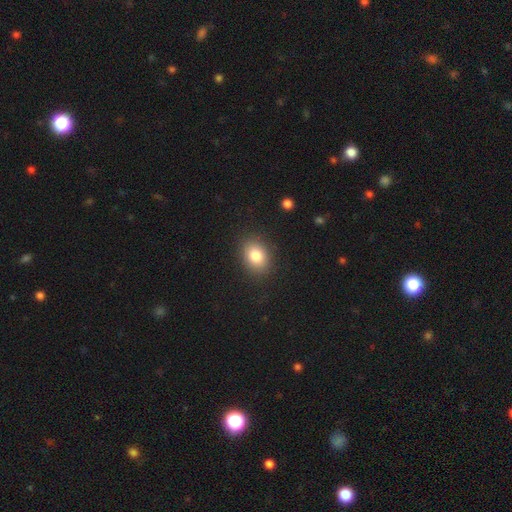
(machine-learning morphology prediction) Smooth or featured?
  - smooth: 83% *
  - star or artifact: 9%
  - featured or disk: 8%
How rounded?
  - in between: 64% *
  - round: 35%
  - cigar-shaped: 1%
Merging?
  - none: 87% *
  - minor disturbance: 9%
  - major disturbance: 3%
  - merger: 1%